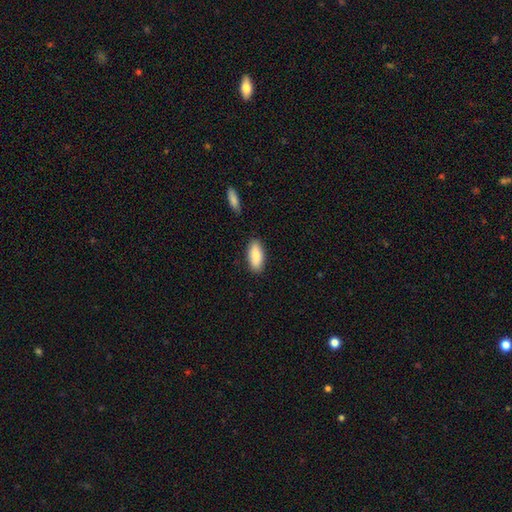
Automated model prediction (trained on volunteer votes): Smooth or featured: smooth — 85% (featured or disk — 9%)
How rounded: in between — 80% (cigar-shaped — 18%)
Merging: none — 86% (minor disturbance — 9%)